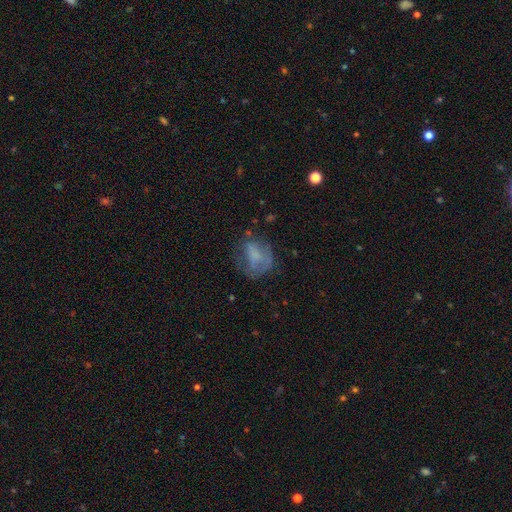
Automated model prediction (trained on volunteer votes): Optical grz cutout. It shows a smooth galaxy with no disk features (53%) that is in between round and cigar-shaped (53%). Merging: none (45%).